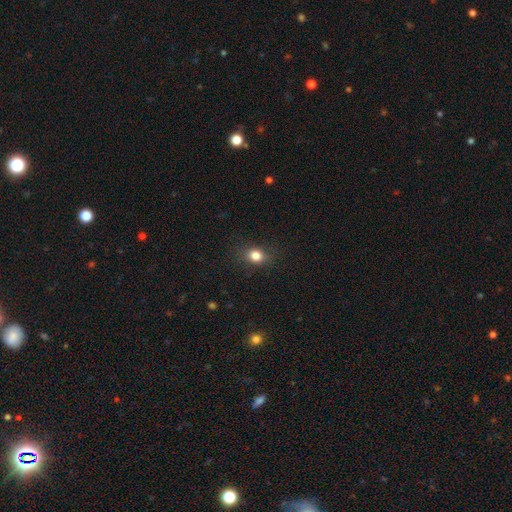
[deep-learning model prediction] smooth-or-featured: smooth: 82% | star or artifact: 12% | featured or disk: 6%
  how-rounded: round: 58% | in between: 40% | cigar-shaped: 1%
  merging: none: 84% | minor disturbance: 12% | major disturbance: 4% | merger: 1%